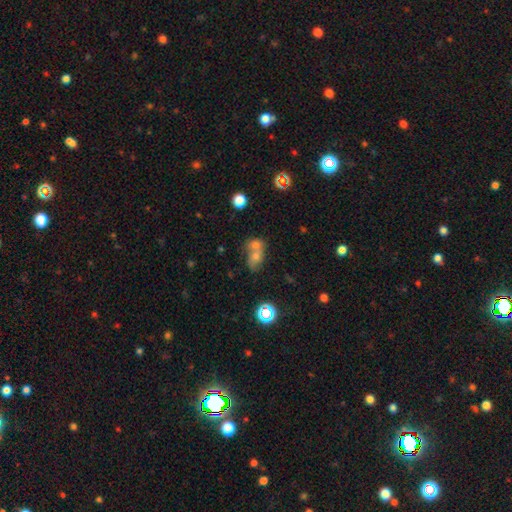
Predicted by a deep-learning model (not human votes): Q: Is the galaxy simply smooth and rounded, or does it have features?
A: smooth — 49%.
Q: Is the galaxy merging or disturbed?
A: merger — 61%.